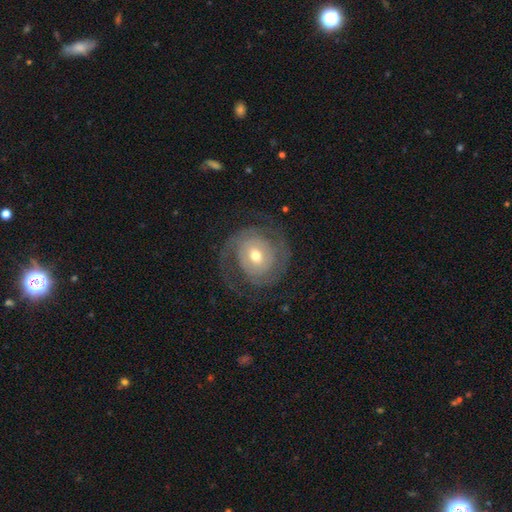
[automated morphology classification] Q: Smooth or featured?
A: featured or disk (84%); runner-up: smooth (11%)
Q: Edge-on disk?
A: no (98%); runner-up: yes (2%)
Q: Bar?
A: no (60%); runner-up: weak (30%)
Q: Spiral arms?
A: yes (94%); runner-up: no (6%)
Q: Spiral winding?
A: tight (61%); runner-up: medium (30%)
Q: Spiral arm count?
A: 2 (75%); runner-up: can't tell (10%)
Q: Bulge size?
A: moderate (68%); runner-up: small (25%)
Q: Merging?
A: none (76%); runner-up: minor disturbance (13%)